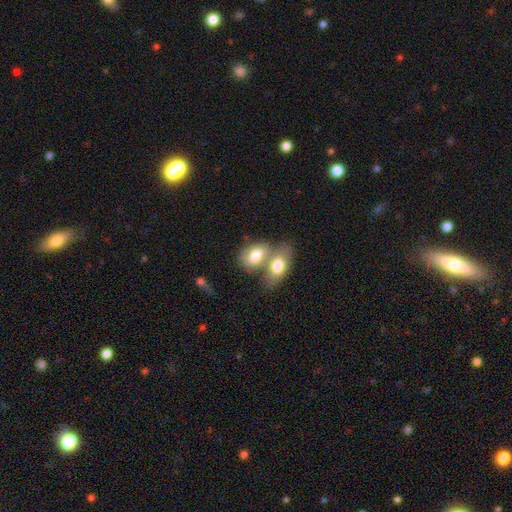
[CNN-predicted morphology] Smooth or featured? smooth (72%)
How rounded? in between (84%)
Merging? merger (68%)